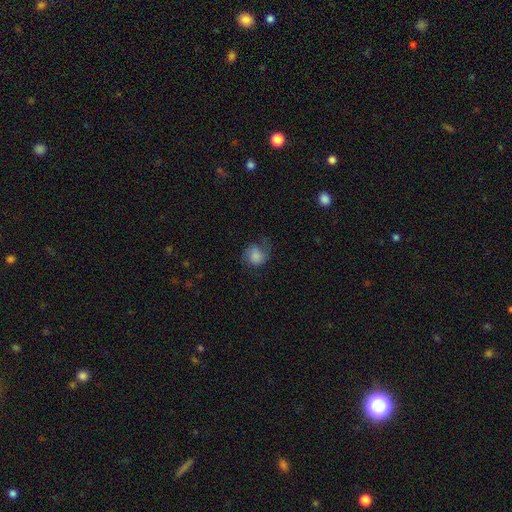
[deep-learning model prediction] Overall: smooth (72%). How rounded: round (69%; in between 30%). Merging: none (50%; minor disturbance 28%).